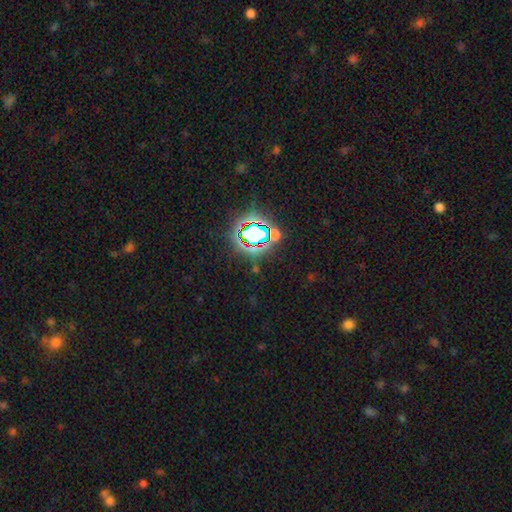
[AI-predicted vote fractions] Smooth or featured: star or artifact — 80% (smooth — 12%)